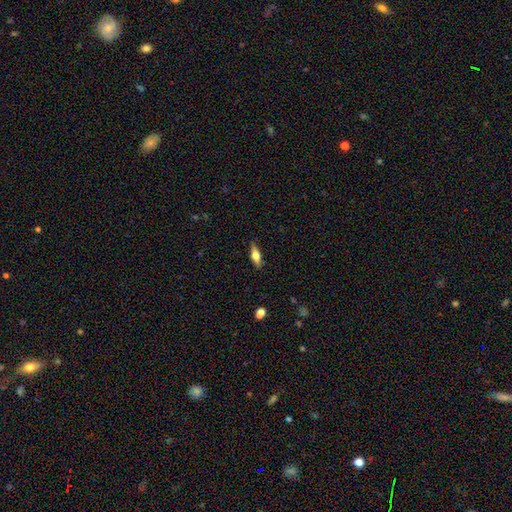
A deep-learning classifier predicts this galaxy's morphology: Smooth or featured? Predicted: smooth (p=0.63). How rounded? Predicted: in between (p=0.63). Merging? Predicted: none (p=0.85).